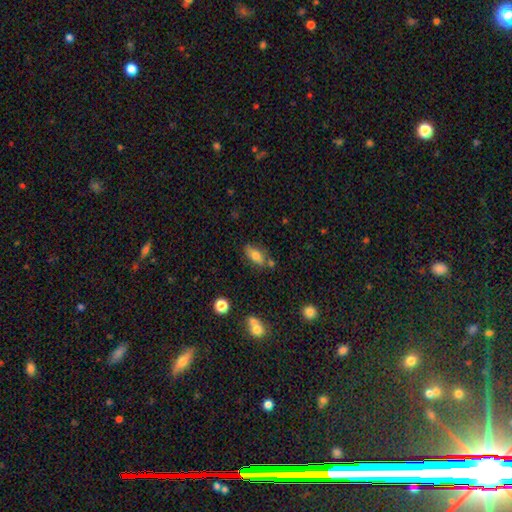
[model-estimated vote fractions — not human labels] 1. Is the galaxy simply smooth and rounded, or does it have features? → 72% smooth, 19% featured or disk, 9% star or artifact.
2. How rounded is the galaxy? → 83% in between, 12% cigar-shaped, 5% round.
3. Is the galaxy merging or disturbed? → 68% none, 17% minor disturbance, 11% merger, 4% major disturbance.